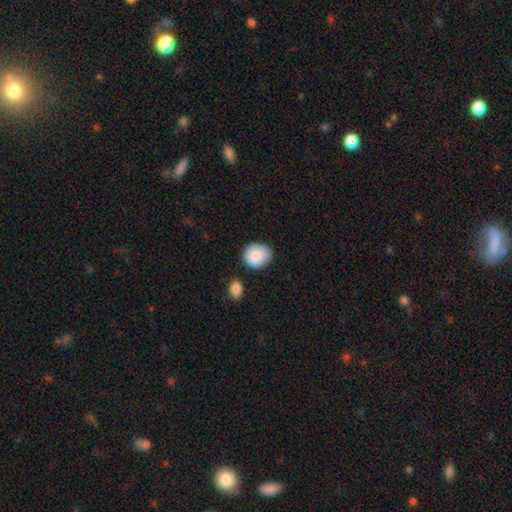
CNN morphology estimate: Smooth or featured? smooth (85%)
How rounded? round (71%)
Merging? none (73%)